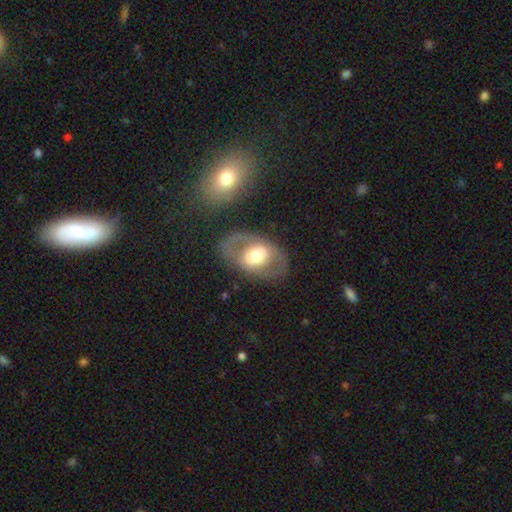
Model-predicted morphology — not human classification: Smooth or featured? featured or disk (51%)
Edge-on disk? no (92%)
Merging? none (71%)